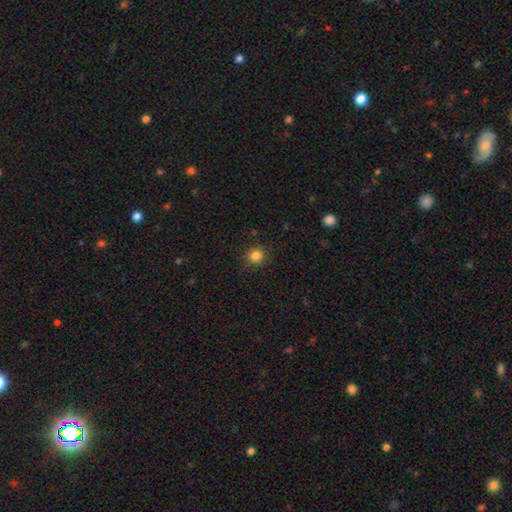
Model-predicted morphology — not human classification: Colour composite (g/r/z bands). It shows a smooth galaxy with no disk features (84%) that is round (91%). Merging: none (88%).